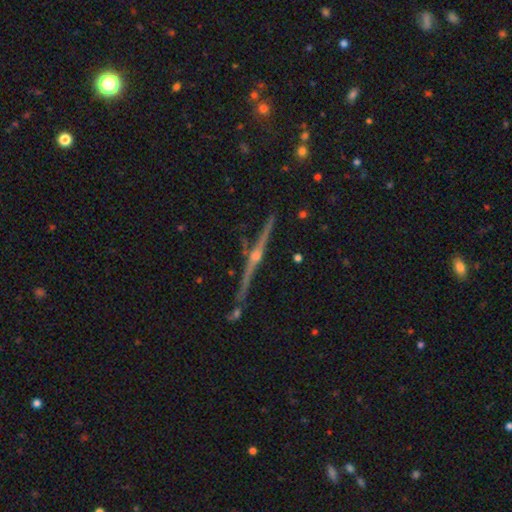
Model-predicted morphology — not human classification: featured or disk 85%, star or artifact 9%, smooth 6%. Down the decision tree: edge-on disk — yes (98%); edge-on bulge — rounded (90%); merging — none (85%).